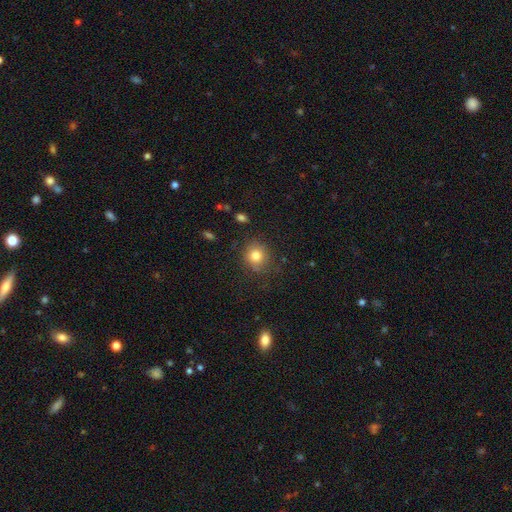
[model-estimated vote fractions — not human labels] smooth 80%, star or artifact 12%, featured or disk 8%. Down the decision tree: how rounded — round (85%); merging — none (80%).